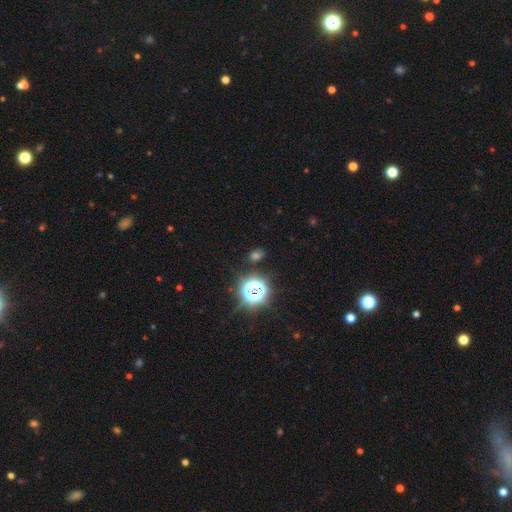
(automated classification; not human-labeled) Overall: smooth (48%; star or artifact 44%). Merging: none (81%).